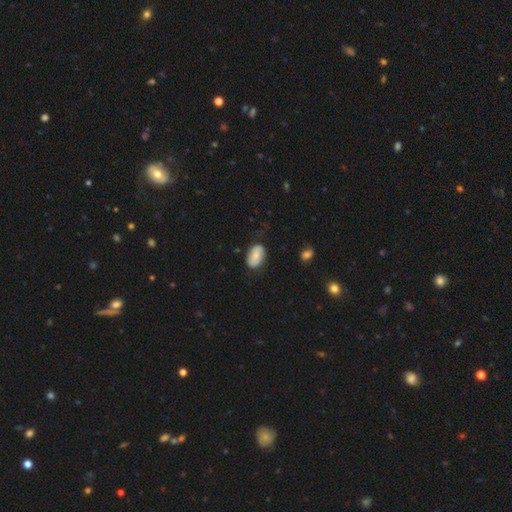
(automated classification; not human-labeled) smooth_or_featured: smooth (p=0.67) [alt: featured or disk p=0.26]
how_rounded: in between (p=0.91) [alt: round p=0.07]
merging: none (p=0.75) [alt: minor disturbance p=0.19]